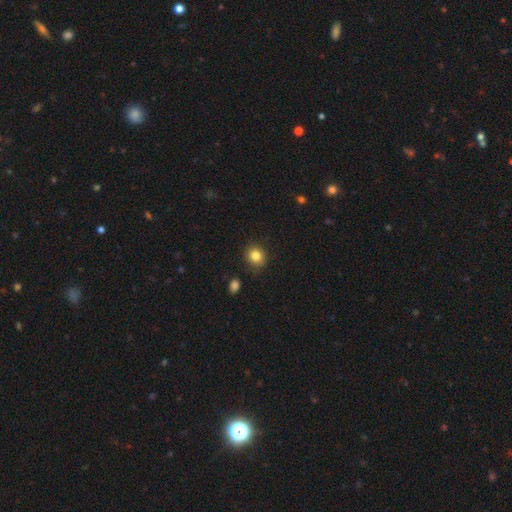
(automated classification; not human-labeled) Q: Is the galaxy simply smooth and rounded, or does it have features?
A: smooth — 83%.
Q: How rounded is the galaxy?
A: round — 74%.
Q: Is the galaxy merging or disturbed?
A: none — 87%.